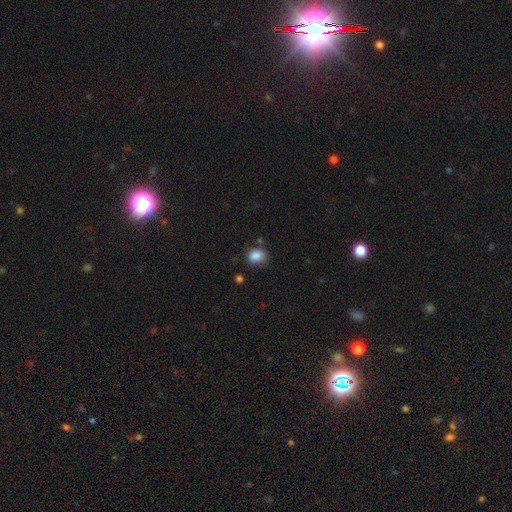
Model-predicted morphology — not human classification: smooth-or-featured: smooth: 86% | star or artifact: 10% | featured or disk: 4%
  how-rounded: round: 51% | in between: 48% | cigar-shaped: 1%
  merging: none: 75% | minor disturbance: 17% | merger: 4% | major disturbance: 4%